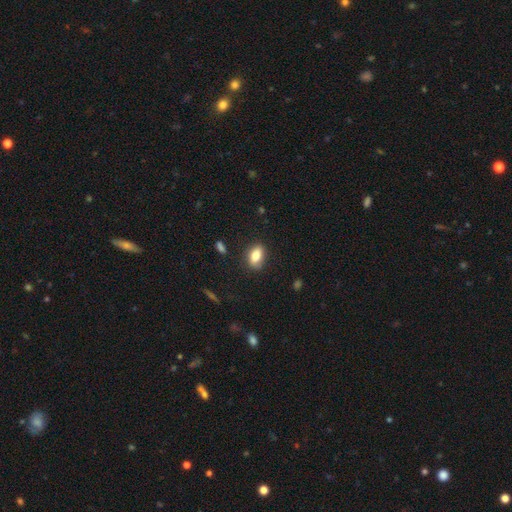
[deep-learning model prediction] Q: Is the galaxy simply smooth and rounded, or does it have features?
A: smooth — 80%.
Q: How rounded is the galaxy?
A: in between — 85%.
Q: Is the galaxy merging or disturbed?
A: none — 80%.